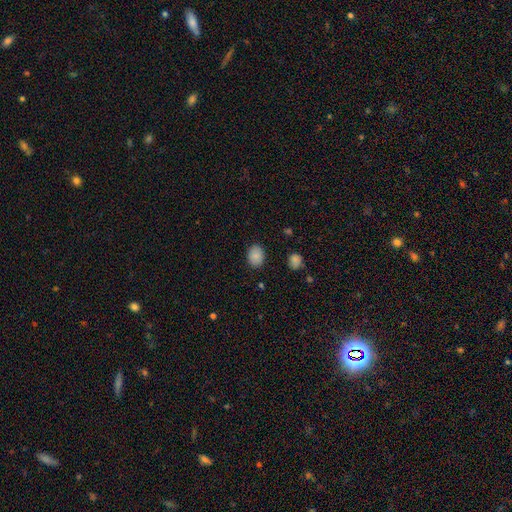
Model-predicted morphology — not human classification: smooth_or_featured: smooth (p=0.86) [alt: star or artifact p=0.08]
how_rounded: in between (p=0.63) [alt: round p=0.36]
merging: none (p=0.86) [alt: minor disturbance p=0.10]